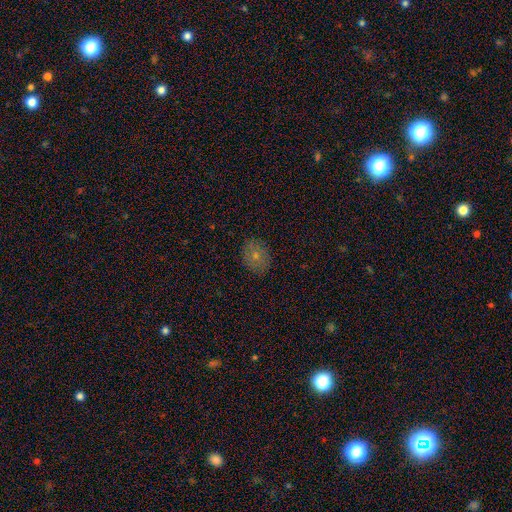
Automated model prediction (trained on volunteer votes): Overall: smooth (68%). How rounded: round (52%; in between 47%). Merging: none (85%).